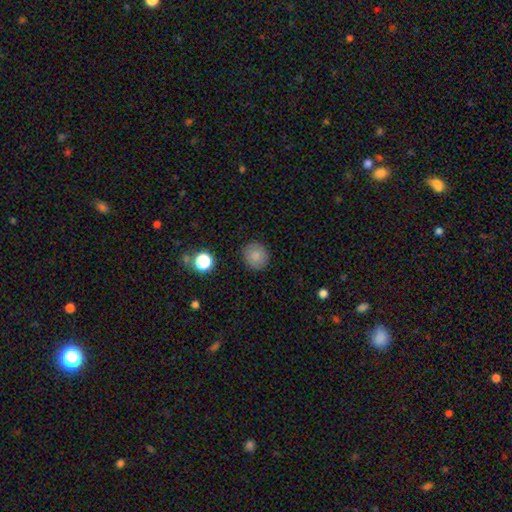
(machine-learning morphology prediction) smooth_or_featured: smooth (p=0.83) [alt: star or artifact p=0.11]
how_rounded: round (p=0.89) [alt: in between p=0.10]
merging: none (p=0.89) [alt: minor disturbance p=0.08]